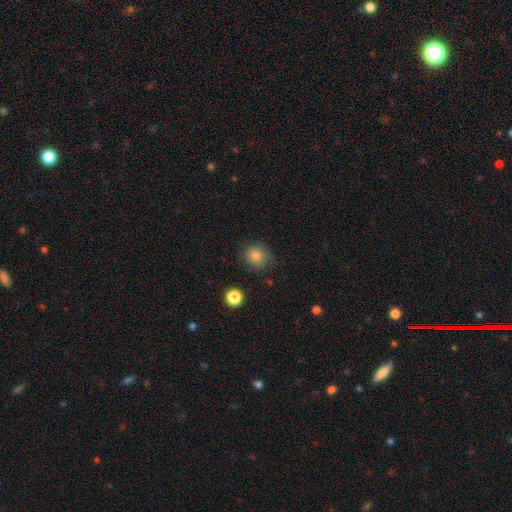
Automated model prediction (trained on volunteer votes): smooth_or_featured: smooth (p=0.83) [alt: star or artifact p=0.11]
how_rounded: round (p=0.85) [alt: in between p=0.14]
merging: none (p=0.84) [alt: minor disturbance p=0.11]